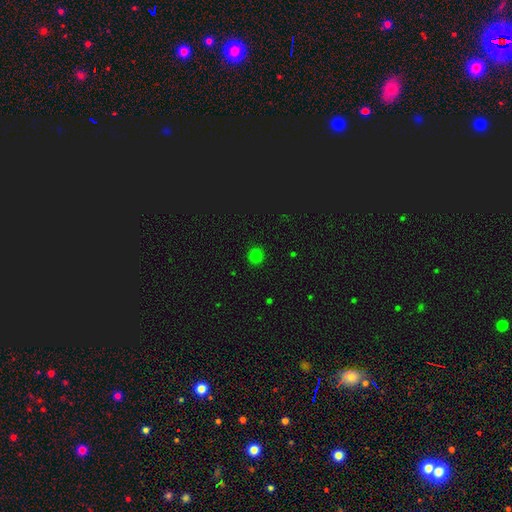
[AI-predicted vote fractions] Smooth or featured: smooth — 78% (star or artifact — 17%)
How rounded: round — 93% (in between — 6%)
Merging: none — 92% (minor disturbance — 5%)